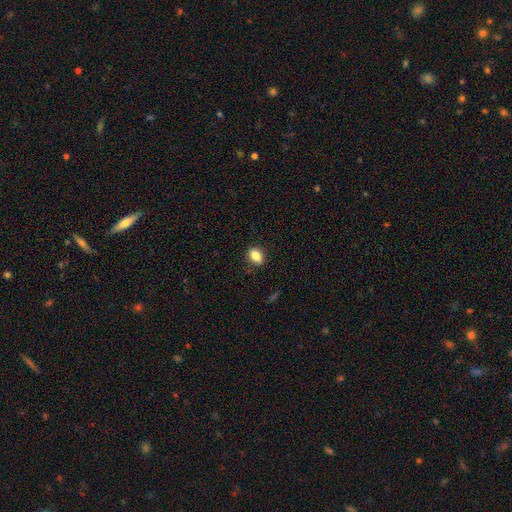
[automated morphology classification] Q: Smooth or featured?
A: smooth (83%); runner-up: star or artifact (9%)
Q: How rounded?
A: in between (72%); runner-up: round (25%)
Q: Merging?
A: none (86%); runner-up: minor disturbance (10%)